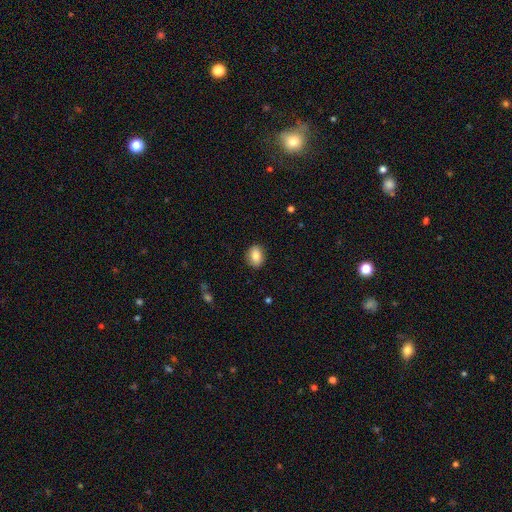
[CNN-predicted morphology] smooth 82%, featured or disk 10%, star or artifact 8%. Down the decision tree: how rounded — in between (62%); merging — none (87%).